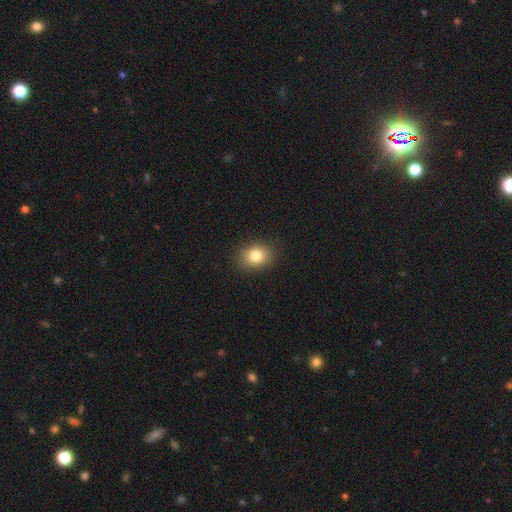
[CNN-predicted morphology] Overall: smooth (82%). How rounded: round (56%; in between 43%). Merging: none (89%).